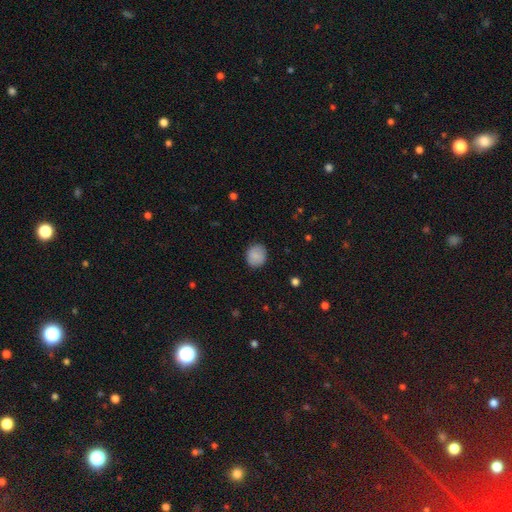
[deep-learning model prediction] Q: Smooth or featured?
A: smooth (87%); runner-up: star or artifact (7%)
Q: How rounded?
A: round (81%); runner-up: in between (18%)
Q: Merging?
A: none (88%); runner-up: minor disturbance (9%)